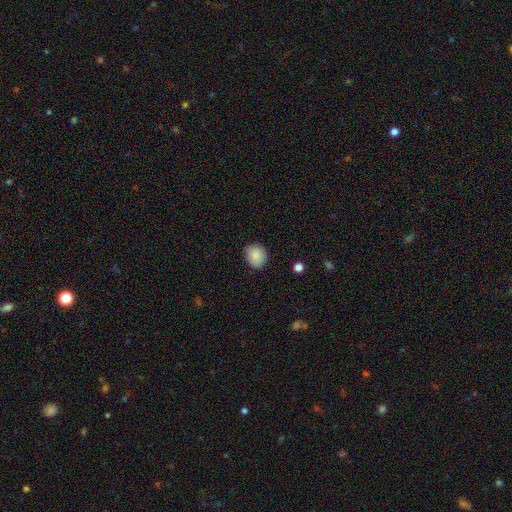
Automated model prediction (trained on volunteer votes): A smooth galaxy with no disk features (87%) that is round (70%). Merging: none (81%).